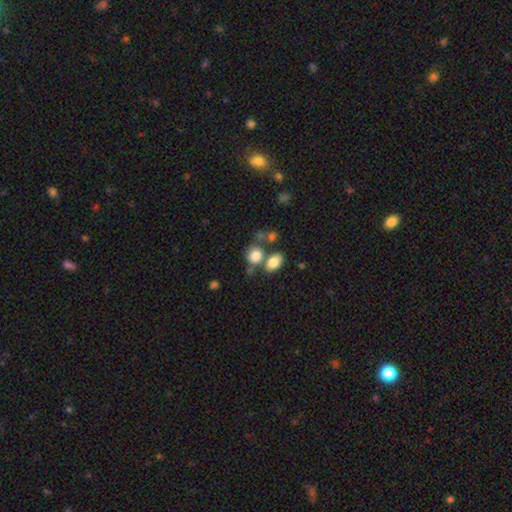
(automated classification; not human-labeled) Smooth or featured: smooth — 81% (star or artifact — 10%)
How rounded: round — 54% (in between — 44%)
Merging: none — 49% (merger — 33%)